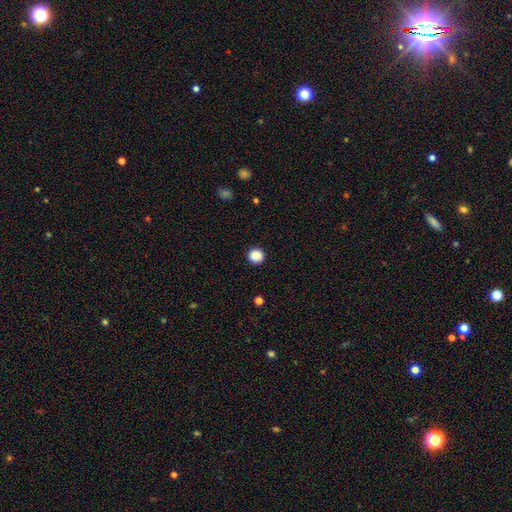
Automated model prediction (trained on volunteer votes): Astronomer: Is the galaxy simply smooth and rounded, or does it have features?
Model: smooth — 88%.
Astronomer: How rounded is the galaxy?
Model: round — 94%.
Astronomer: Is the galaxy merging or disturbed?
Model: none — 93%.